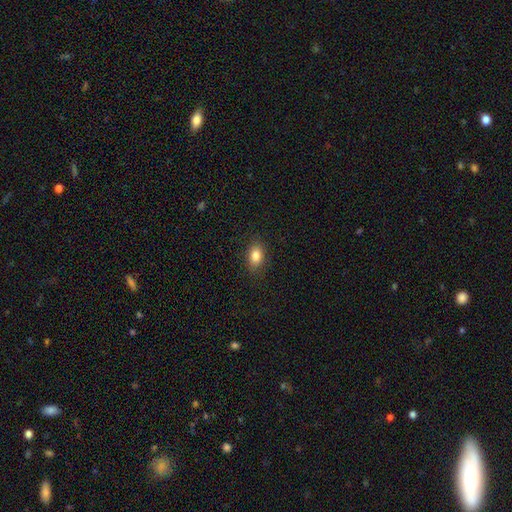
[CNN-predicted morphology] Smooth or featured?
  - smooth: 84% *
  - star or artifact: 9%
  - featured or disk: 7%
How rounded?
  - in between: 82% *
  - round: 16%
  - cigar-shaped: 2%
Merging?
  - none: 87% *
  - minor disturbance: 9%
  - major disturbance: 3%
  - merger: 1%